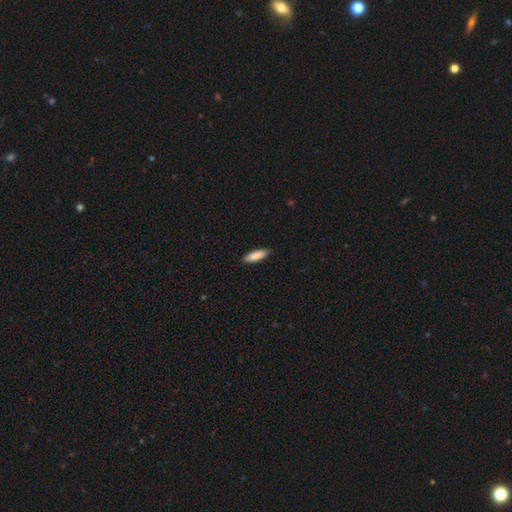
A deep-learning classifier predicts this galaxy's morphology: Smooth or featured: smooth — 88% (featured or disk — 7%)
How rounded: in between — 51% (cigar-shaped — 48%)
Merging: none — 89% (minor disturbance — 9%)